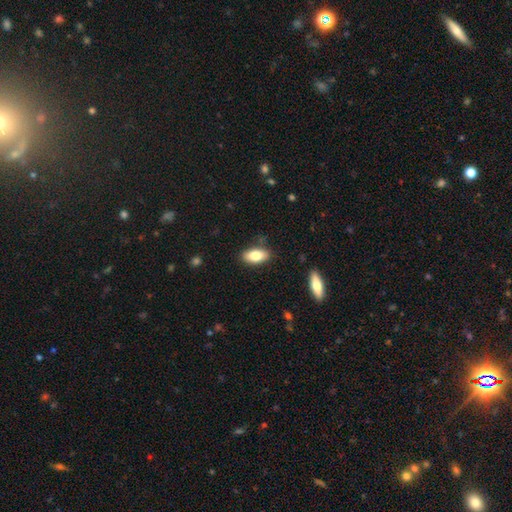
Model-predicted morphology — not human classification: Smooth or featured? smooth (79%)
How rounded? in between (88%)
Merging? none (85%)